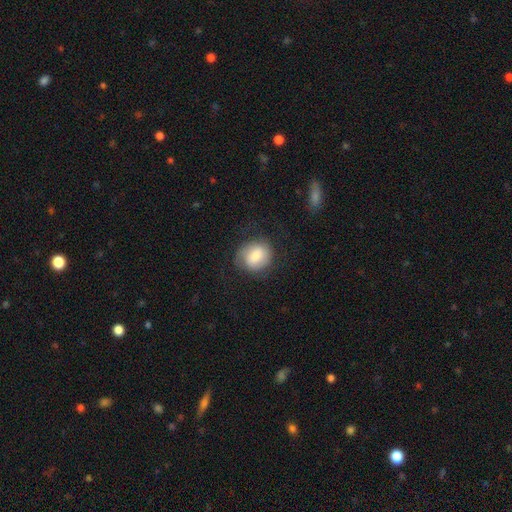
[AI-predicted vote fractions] Q: Smooth or featured?
A: smooth (67%); runner-up: featured or disk (25%)
Q: How rounded?
A: round (69%); runner-up: in between (30%)
Q: Merging?
A: none (68%); runner-up: minor disturbance (19%)